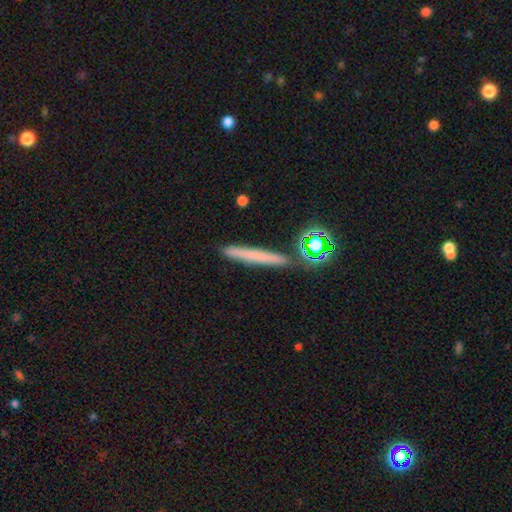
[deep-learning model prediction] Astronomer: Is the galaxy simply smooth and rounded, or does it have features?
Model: smooth — 59%.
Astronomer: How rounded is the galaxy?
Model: cigar-shaped — 93%.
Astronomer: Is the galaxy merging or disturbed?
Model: none — 87%.